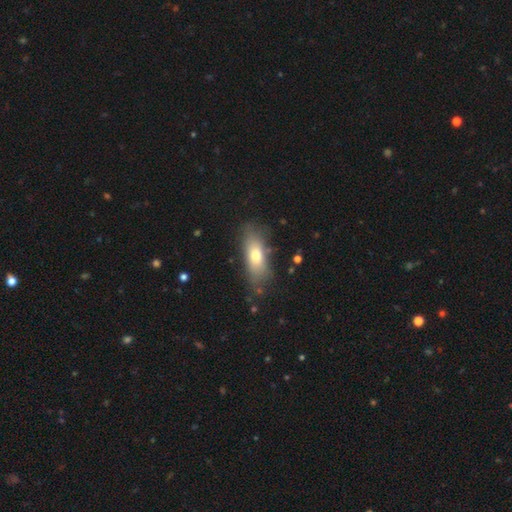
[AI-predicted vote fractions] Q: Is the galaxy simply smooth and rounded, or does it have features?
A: smooth — 70%.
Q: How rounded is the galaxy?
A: in between — 69%.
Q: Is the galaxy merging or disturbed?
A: none — 75%.